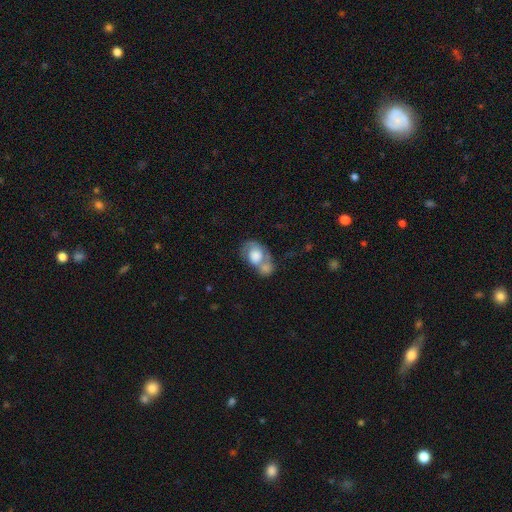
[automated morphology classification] type=smooth (55%); roundness=in between (64%); merging=merger (60%).